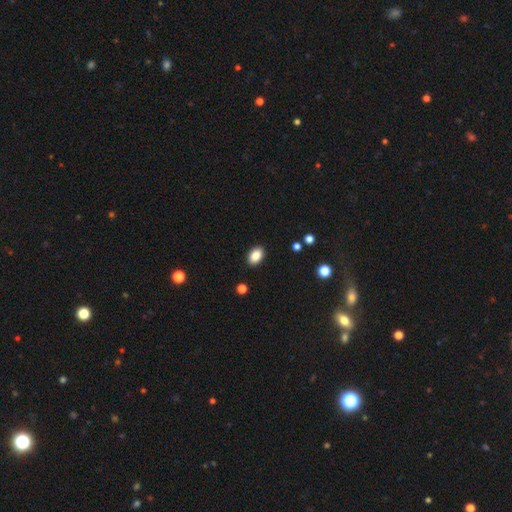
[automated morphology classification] type=smooth (87%); roundness=in between (87%); merging=none (89%).